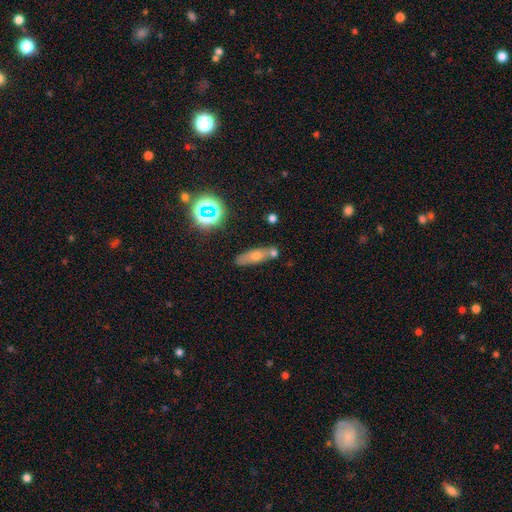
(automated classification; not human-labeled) Smooth or featured: smooth — 53% (featured or disk — 30%)
How rounded: cigar-shaped — 50% (in between — 42%)
Merging: none — 66% (merger — 15%)